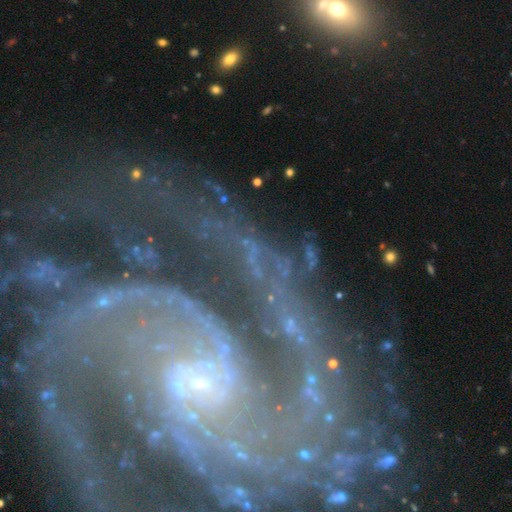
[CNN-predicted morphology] type=featured or disk (86%); edge-on=no (97%); bar=no (42%); spiral arms=yes (96%); winding=medium (42%); arm count=2 (51%); bulge=small (73%); merging=none (59%).